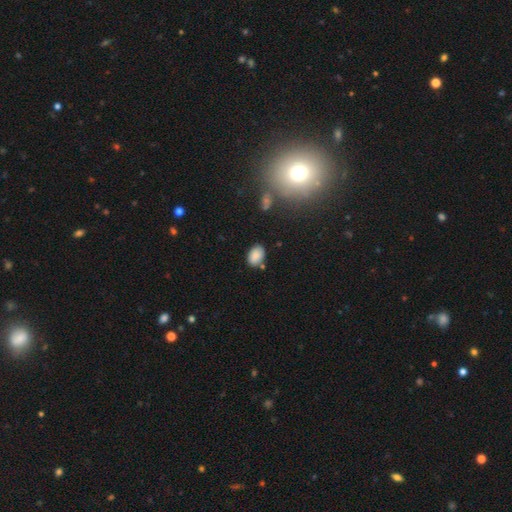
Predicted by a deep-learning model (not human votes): smooth_or_featured: smooth (p=0.85) [alt: star or artifact p=0.09]
how_rounded: in between (p=0.84) [alt: round p=0.15]
merging: none (p=0.74) [alt: minor disturbance p=0.16]